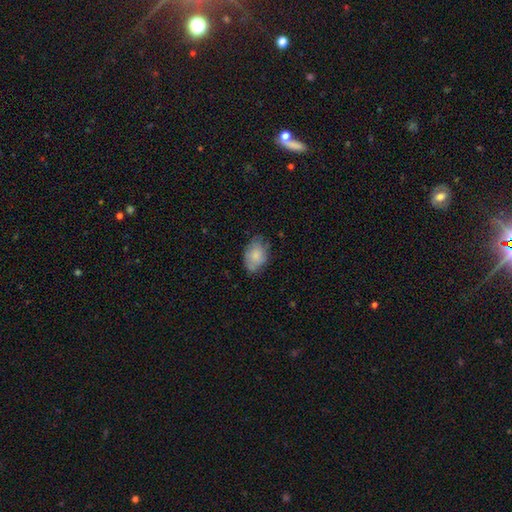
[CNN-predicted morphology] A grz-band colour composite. It shows a smooth galaxy with no disk features (75%) that is in between round and cigar-shaped (83%). Merging: none (62%).